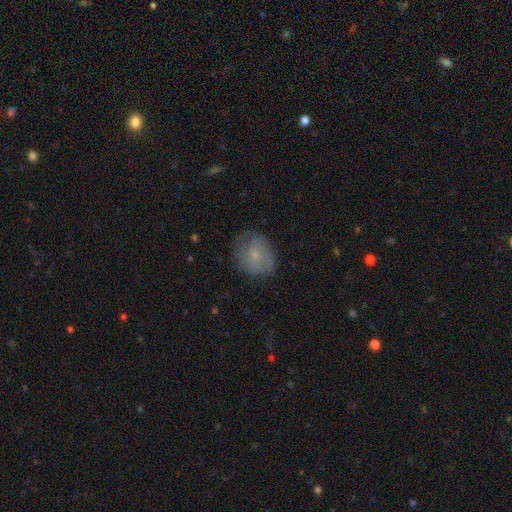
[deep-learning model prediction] Smooth or featured? Predicted: smooth (p=0.63). How rounded? Predicted: round (p=0.63). Merging? Predicted: none (p=0.66).